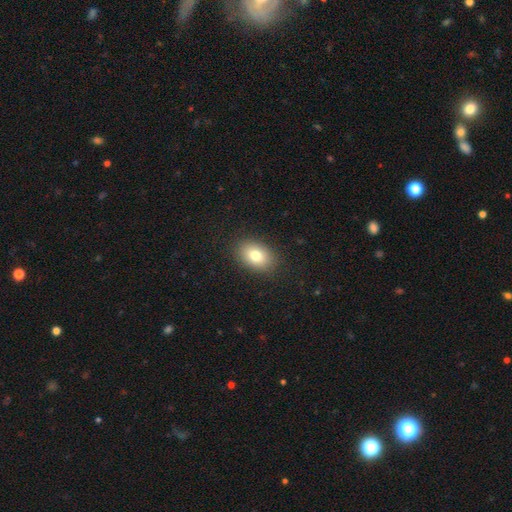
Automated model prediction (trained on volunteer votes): Smooth or featured: smooth — 80% (featured or disk — 10%)
How rounded: in between — 81% (round — 18%)
Merging: none — 88% (minor disturbance — 8%)